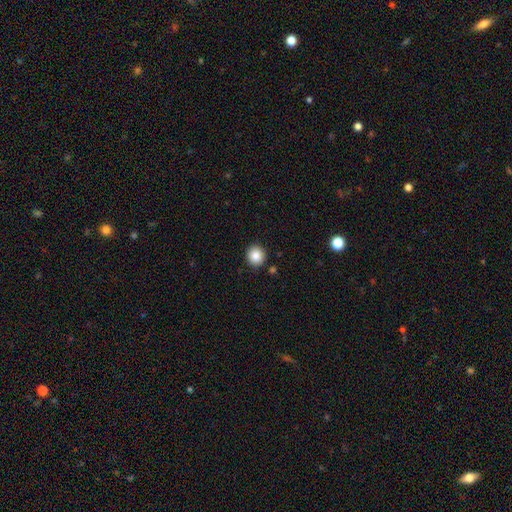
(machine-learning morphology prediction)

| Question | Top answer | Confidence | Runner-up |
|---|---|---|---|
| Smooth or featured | smooth | 86% | star or artifact (9%) |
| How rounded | round | 90% | in between (9%) |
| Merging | none | 90% | minor disturbance (6%) |